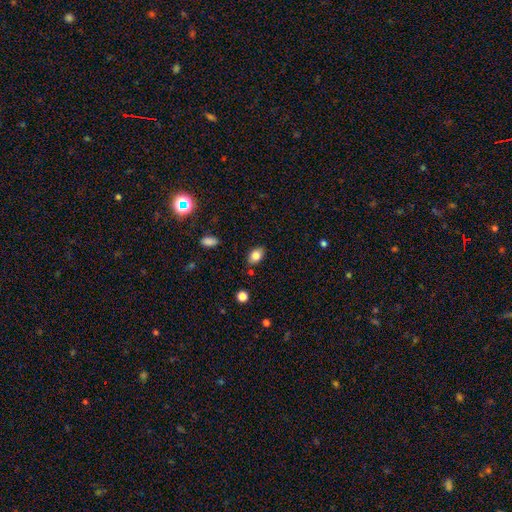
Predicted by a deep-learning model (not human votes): Smooth or featured? smooth (82%)
How rounded? in between (85%)
Merging? none (83%)